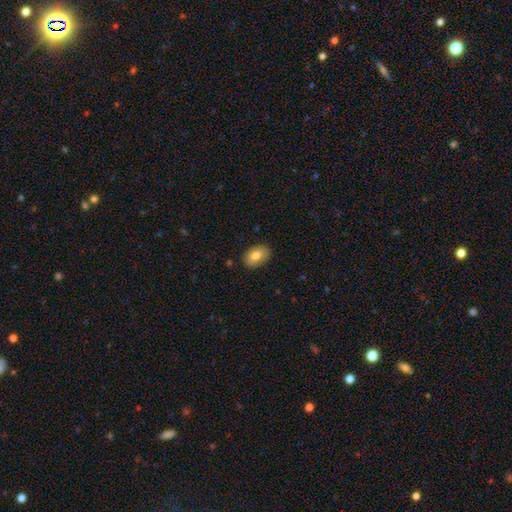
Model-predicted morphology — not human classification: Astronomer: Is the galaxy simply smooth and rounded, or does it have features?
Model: smooth — 80%.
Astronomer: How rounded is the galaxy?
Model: in between — 88%.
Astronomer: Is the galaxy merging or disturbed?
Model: none — 88%.